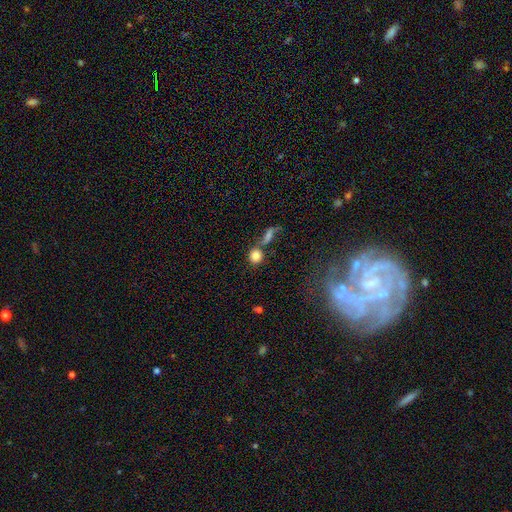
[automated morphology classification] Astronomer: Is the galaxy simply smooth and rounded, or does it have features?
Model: smooth — 81%.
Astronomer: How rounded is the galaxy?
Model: round — 83%.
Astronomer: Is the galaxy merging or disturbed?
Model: none — 57%.